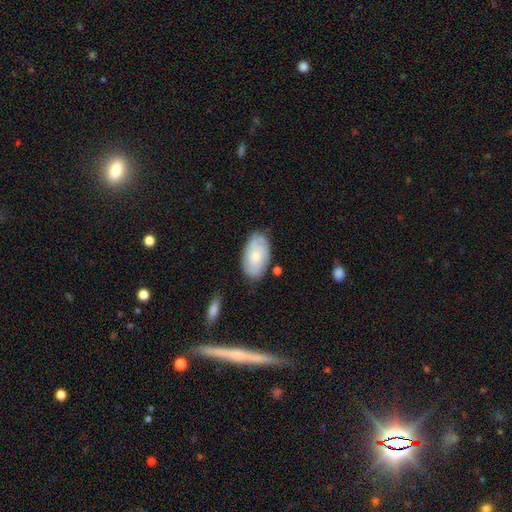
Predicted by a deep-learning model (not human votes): Q: Smooth or featured?
A: smooth (62%); runner-up: featured or disk (32%)
Q: How rounded?
A: in between (94%); runner-up: round (5%)
Q: Merging?
A: none (76%); runner-up: minor disturbance (17%)